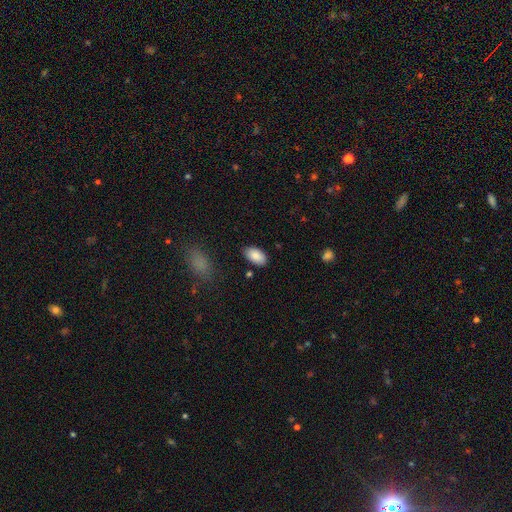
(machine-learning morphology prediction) A smooth galaxy with no disk features (87%) that is in between round and cigar-shaped (95%).

Vote fractions:
- Smooth or featured? smooth: 87% / star or artifact: 7% / featured or disk: 7%
- How rounded? in between: 95% / round: 4% / cigar-shaped: 2%
- Merging? none: 83% / minor disturbance: 12% / major disturbance: 3% / merger: 2%